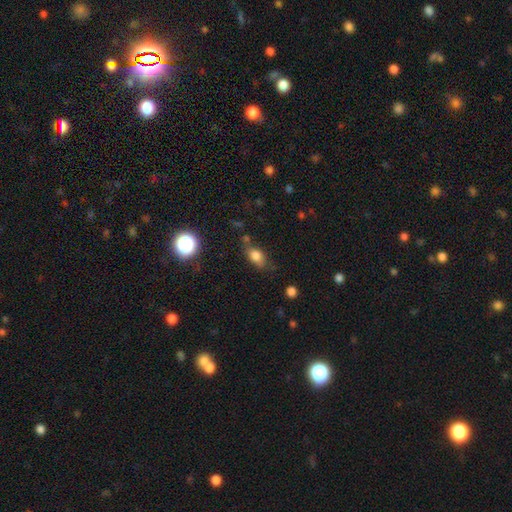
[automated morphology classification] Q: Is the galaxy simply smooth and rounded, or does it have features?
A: smooth — 77%.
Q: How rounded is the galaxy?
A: in between — 75%.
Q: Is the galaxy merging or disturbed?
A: none — 64%.